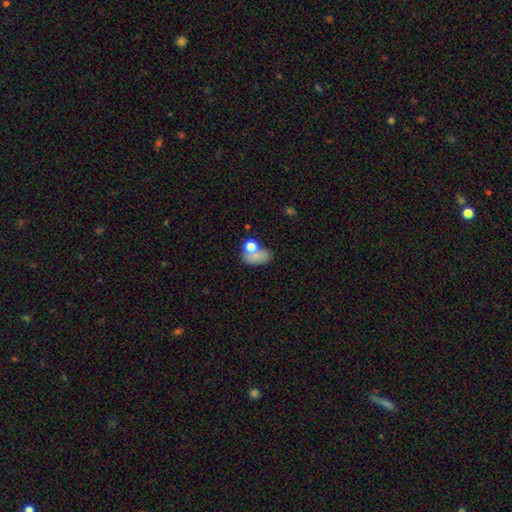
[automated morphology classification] Q: Smooth or featured?
A: smooth (69%); runner-up: featured or disk (16%)
Q: How rounded?
A: in between (72%); runner-up: round (26%)
Q: Merging?
A: none (37%); runner-up: merger (27%)